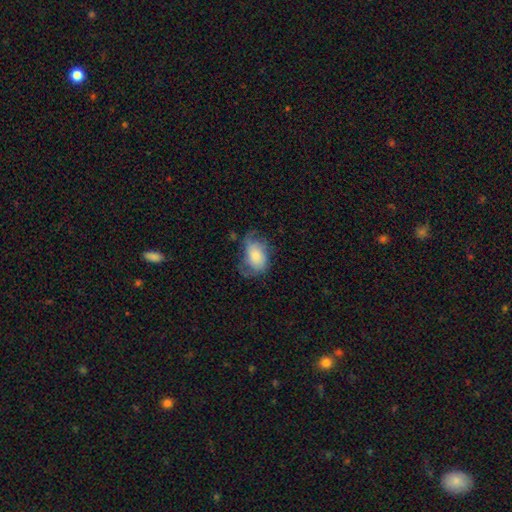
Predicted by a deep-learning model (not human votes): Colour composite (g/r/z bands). It shows a smooth galaxy with no disk features (55%) that is in between round and cigar-shaped (82%). Merging: none (43%).